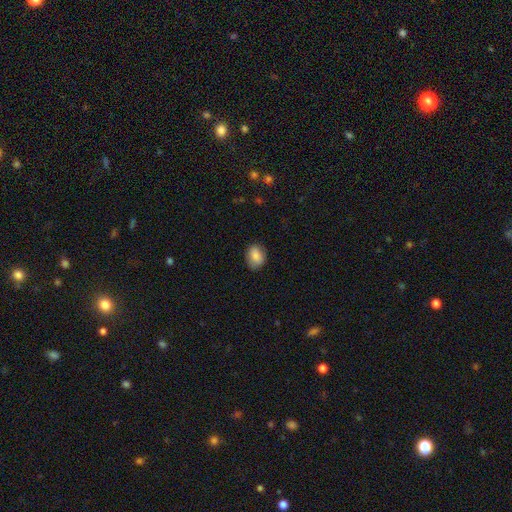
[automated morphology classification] smooth_or_featured: smooth (p=0.85) [alt: star or artifact p=0.07]
how_rounded: in between (p=0.67) [alt: round p=0.32]
merging: none (p=0.82) [alt: minor disturbance p=0.14]